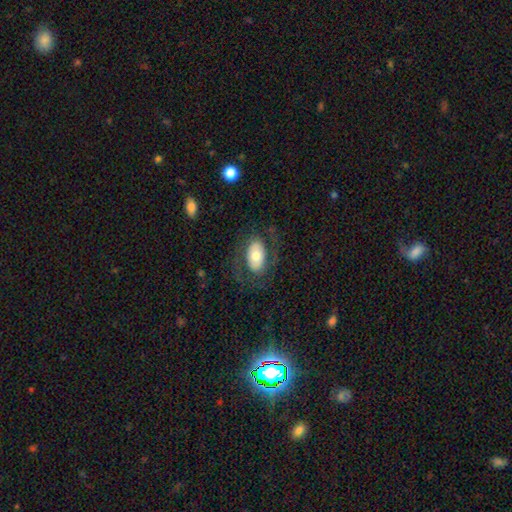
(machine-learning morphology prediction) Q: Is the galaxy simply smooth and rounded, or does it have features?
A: smooth — 51%.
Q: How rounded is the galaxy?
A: in between — 92%.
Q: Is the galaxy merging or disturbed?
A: none — 72%.